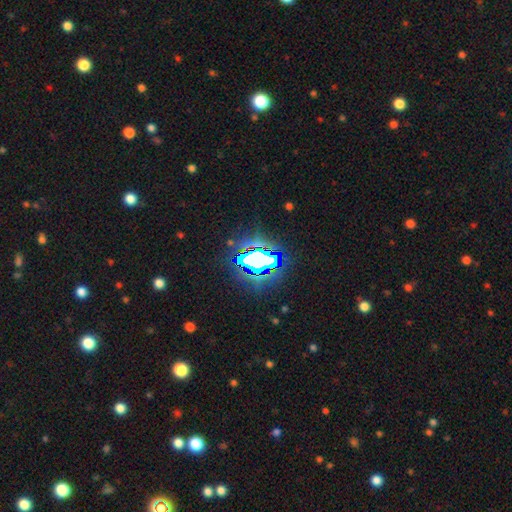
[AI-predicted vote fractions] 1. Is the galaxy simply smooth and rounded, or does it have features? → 79% star or artifact, 12% smooth, 8% featured or disk.